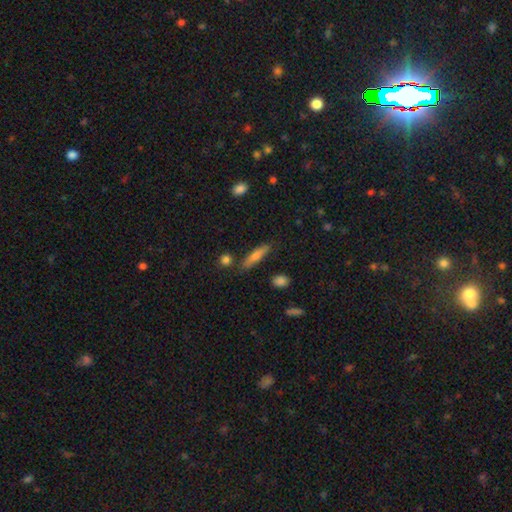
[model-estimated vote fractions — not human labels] smooth-or-featured: smooth: 64% | featured or disk: 29% | star or artifact: 7%
  how-rounded: cigar-shaped: 78% | in between: 19% | round: 3%
  merging: none: 79% | minor disturbance: 13% | merger: 5% | major disturbance: 3%